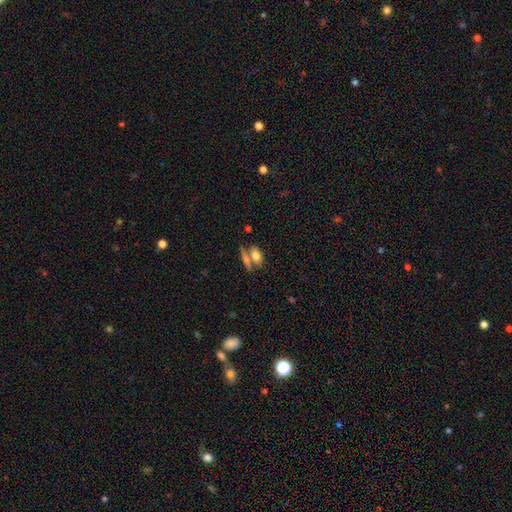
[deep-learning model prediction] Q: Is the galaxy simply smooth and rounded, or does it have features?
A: smooth — 71%.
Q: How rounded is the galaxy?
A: in between — 75%.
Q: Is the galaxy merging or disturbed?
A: none — 48%.